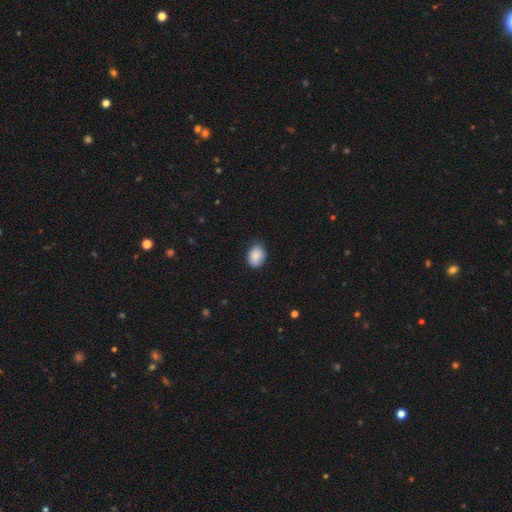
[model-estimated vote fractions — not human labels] This is clearly a smooth galaxy (88%). How rounded: likely in between (72%). Merging: likely none (76%).